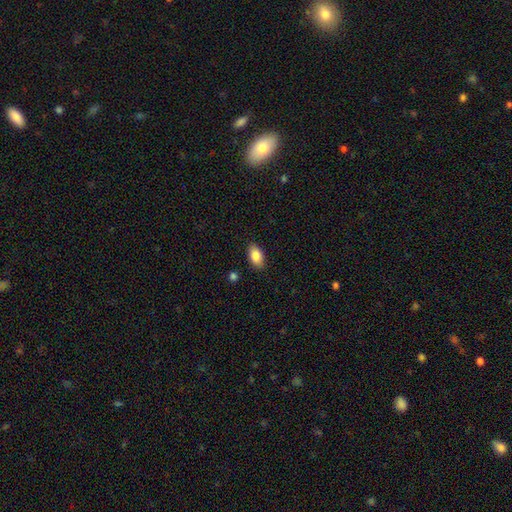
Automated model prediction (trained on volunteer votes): Smooth or featured: smooth — 85% (featured or disk — 8%)
How rounded: in between — 91% (round — 7%)
Merging: none — 86% (minor disturbance — 10%)